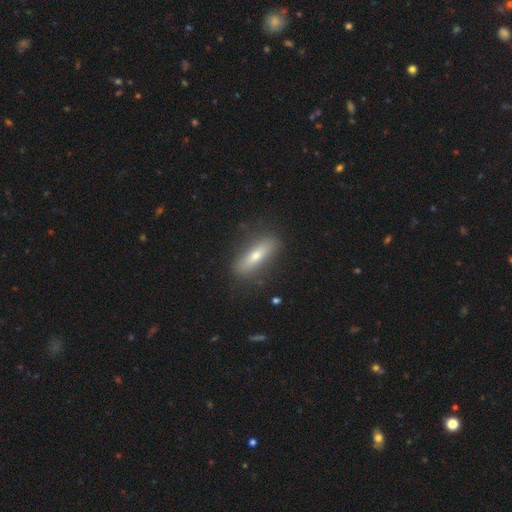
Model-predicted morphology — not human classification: This is likely a smooth galaxy (60%). How rounded: likely cigar-shaped (60%). Merging: clearly none (83%).